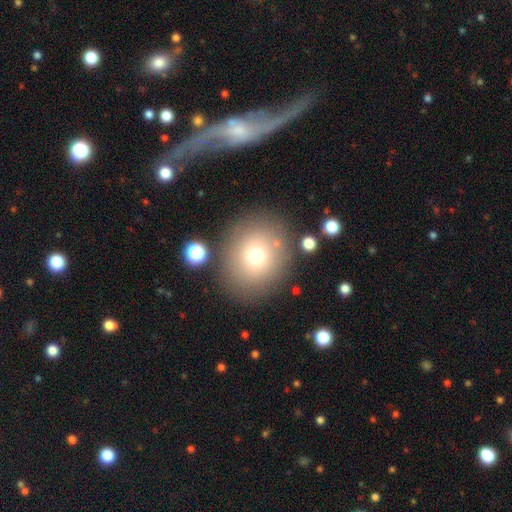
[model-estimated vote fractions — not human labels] The model was most divided on "smooth or featured": smooth: 71%, star or artifact: 16%, featured or disk: 13%. More confident: how rounded — round (81%); merging — none (81%).